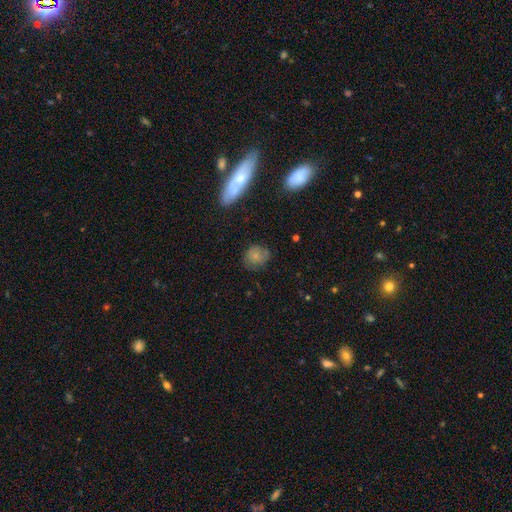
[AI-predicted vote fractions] This is likely a smooth galaxy (72%). How rounded: likely round (72%). Merging: likely none (66%).